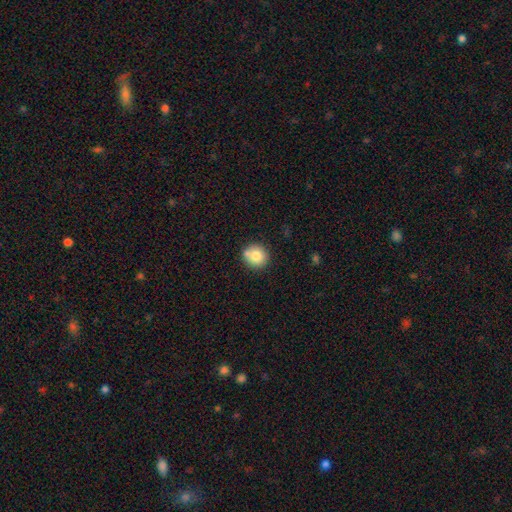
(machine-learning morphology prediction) Smooth or featured: smooth — 81% (featured or disk — 10%)
How rounded: round — 90% (in between — 9%)
Merging: none — 75% (minor disturbance — 12%)